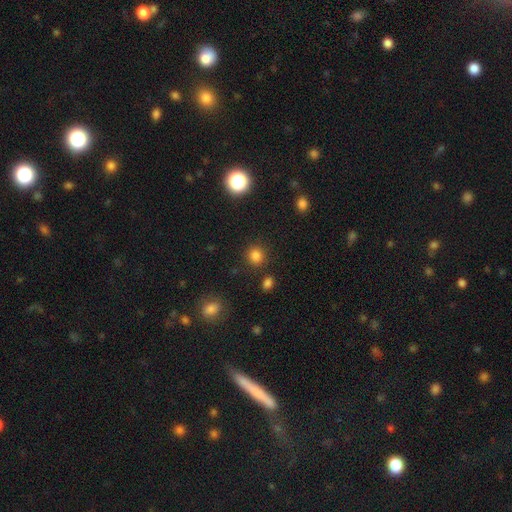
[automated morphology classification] type=smooth (82%); roundness=round (89%); merging=none (86%).